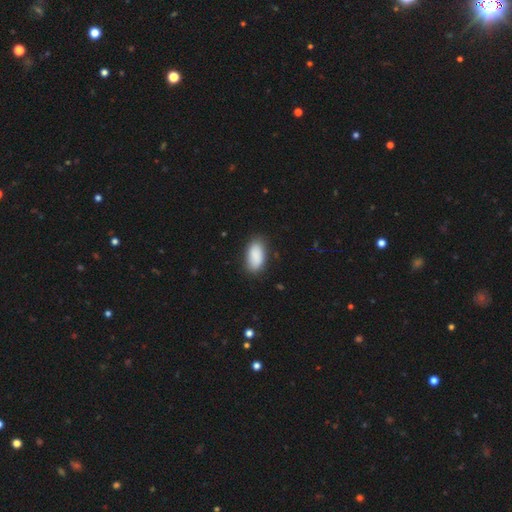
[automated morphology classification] Smooth or featured: smooth — 90% (star or artifact — 6%)
How rounded: in between — 94% (cigar-shaped — 3%)
Merging: none — 82% (minor disturbance — 13%)